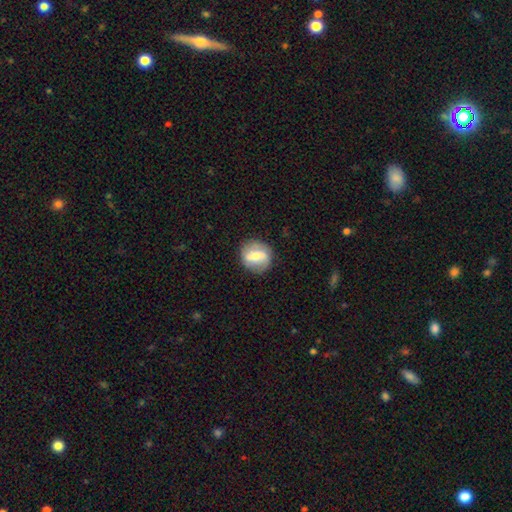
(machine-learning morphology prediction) This appears to be a smooth galaxy with no disk features (48%). Merging: none (81%).